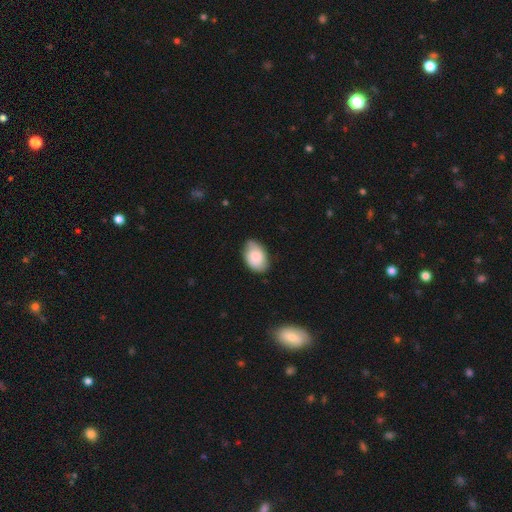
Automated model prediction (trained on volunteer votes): Q: Smooth or featured?
A: smooth (74%); runner-up: featured or disk (19%)
Q: How rounded?
A: in between (89%); runner-up: round (10%)
Q: Merging?
A: none (73%); runner-up: minor disturbance (22%)